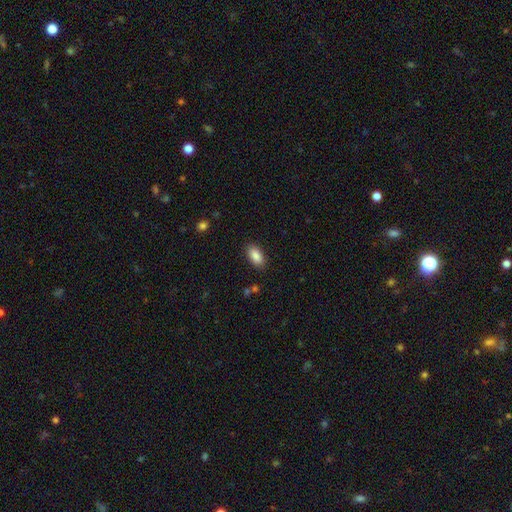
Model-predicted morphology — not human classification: The model was most divided on "merging": none: 87%, minor disturbance: 9%, major disturbance: 2%, merger: 1%. More confident: how rounded — in between (92%); smooth or featured — smooth (87%).